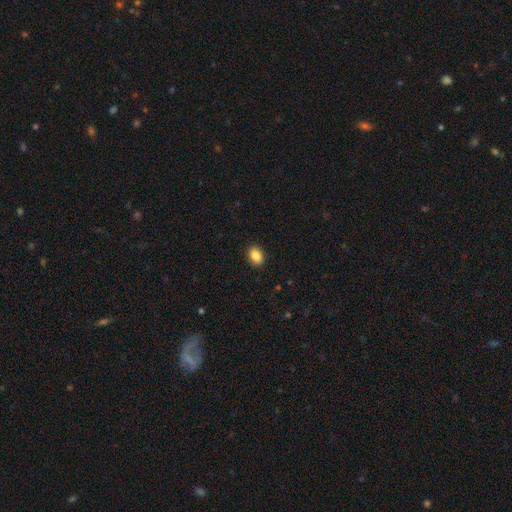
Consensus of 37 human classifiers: Smooth or featured?
  - smooth: 89% *
  - featured or disk: 5%
  - star or artifact: 5%
How rounded?
  - in between: 70% *
  - round: 30%
  - cigar-shaped: 0%
Merging?
  - none: 91% *
  - minor disturbance: 6%
  - merger: 3%
  - major disturbance: 0%